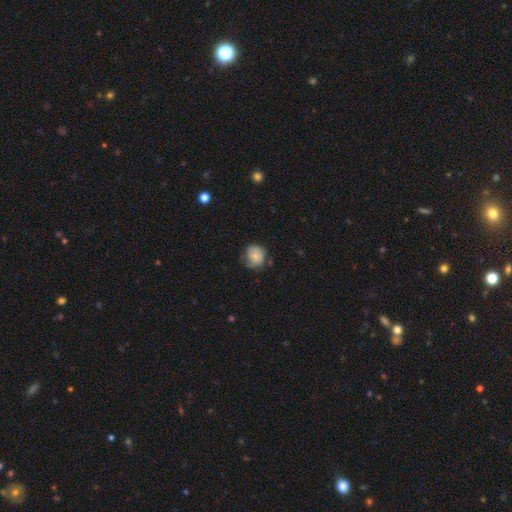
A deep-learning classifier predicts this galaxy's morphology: Q: Smooth or featured?
A: smooth (71%); runner-up: featured or disk (21%)
Q: How rounded?
A: round (79%); runner-up: in between (20%)
Q: Merging?
A: none (55%); runner-up: minor disturbance (32%)